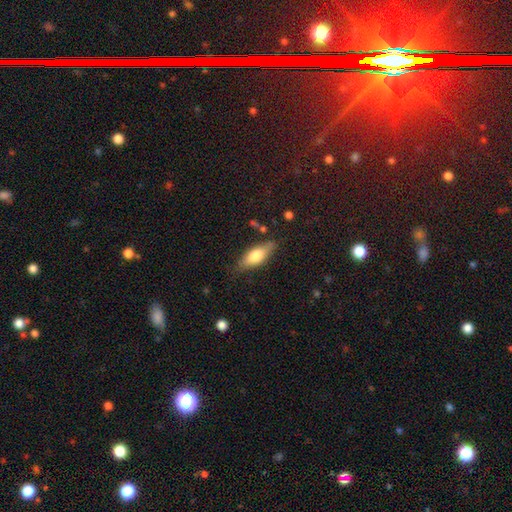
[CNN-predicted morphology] type=smooth (66%); roundness=in between (68%); merging=none (77%).